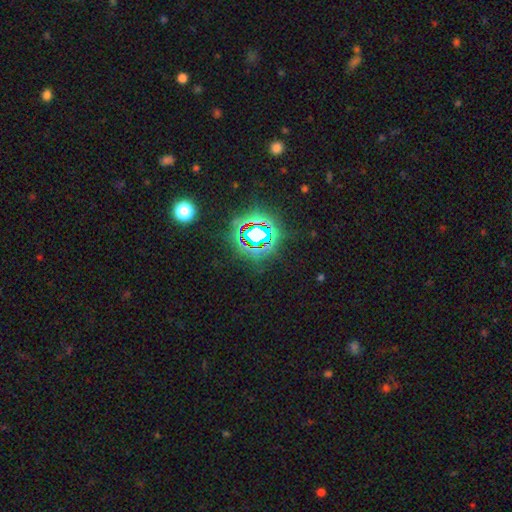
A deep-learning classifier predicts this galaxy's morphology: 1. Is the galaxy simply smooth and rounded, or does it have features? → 80% star or artifact, 13% smooth, 7% featured or disk.